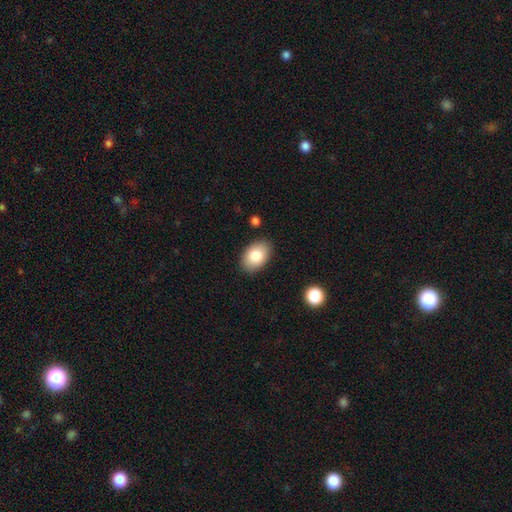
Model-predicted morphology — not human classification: The model was most divided on "smooth or featured": smooth: 84%, featured or disk: 10%, star or artifact: 7%. More confident: how rounded — in between (87%); merging — none (86%).